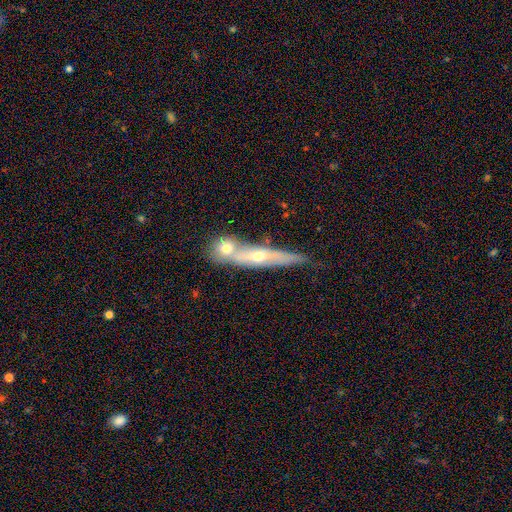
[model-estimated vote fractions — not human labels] A featured or disk galaxy (59%) viewed edge-on (77%). Merging: none (51%).